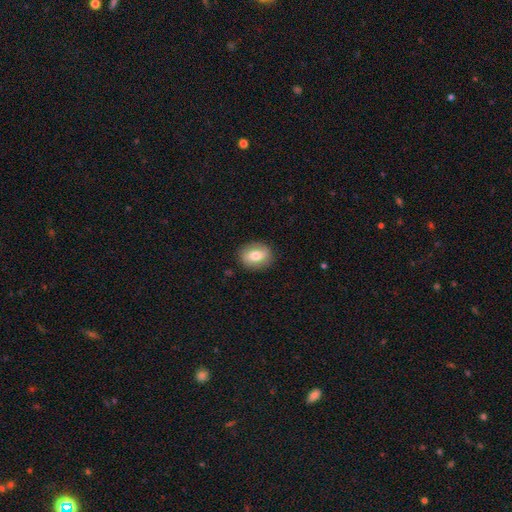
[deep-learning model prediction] Smooth or featured?
  - smooth: 70% *
  - featured or disk: 22%
  - star or artifact: 8%
How rounded?
  - in between: 51% *
  - round: 47%
  - cigar-shaped: 1%
Merging?
  - none: 86% *
  - minor disturbance: 10%
  - major disturbance: 3%
  - merger: 1%